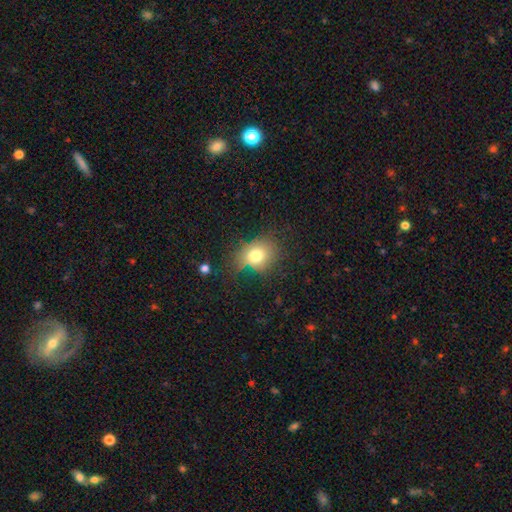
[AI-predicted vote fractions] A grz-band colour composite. It shows a smooth galaxy with no disk features (74%) that is round (54%). Merging: none (65%).